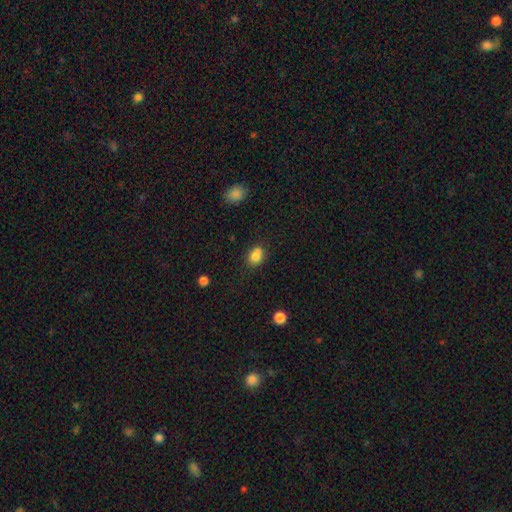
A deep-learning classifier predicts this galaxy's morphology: A smooth galaxy with no disk features (80%) that is in between round and cigar-shaped (56%). Merging: none (56%).